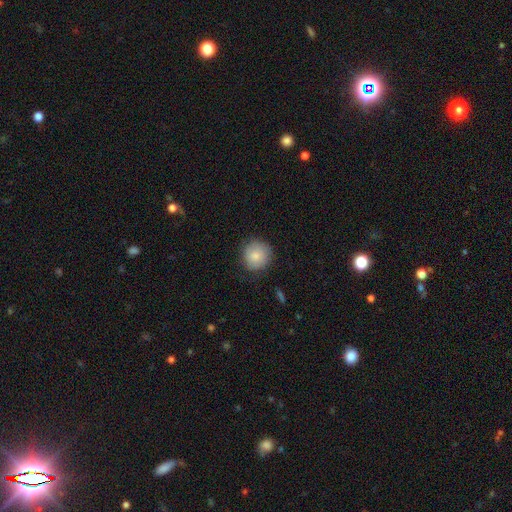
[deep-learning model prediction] Morphology: type=smooth (84%); roundness=round (91%); merging=none (81%).